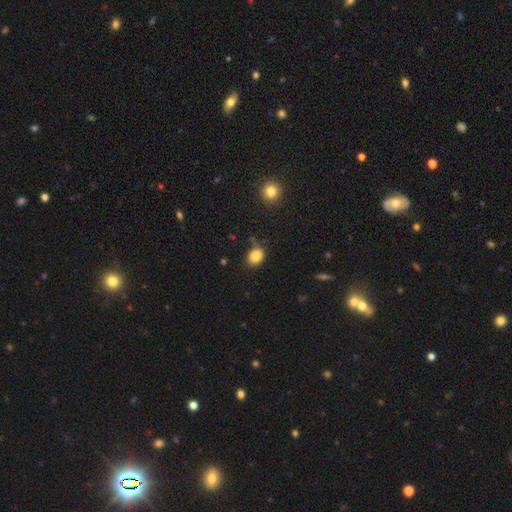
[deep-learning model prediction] A smooth galaxy with no disk features (84%) that is in between round and cigar-shaped (52%). Merging: none (71%).